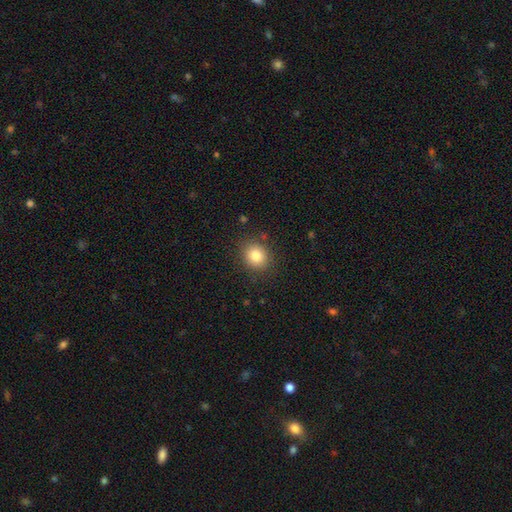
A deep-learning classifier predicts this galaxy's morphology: smooth 82%, star or artifact 11%, featured or disk 7%. Down the decision tree: how rounded — round (75%); merging — none (86%).